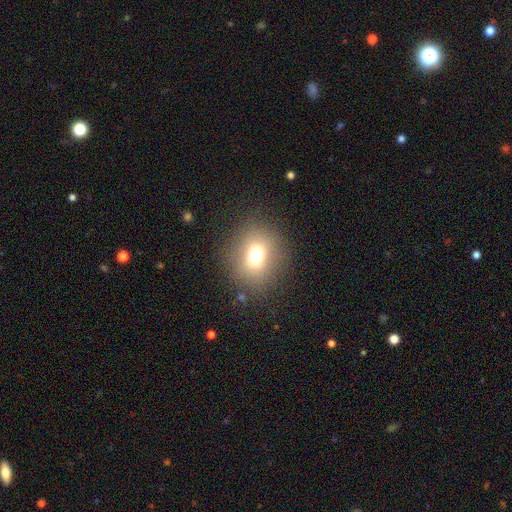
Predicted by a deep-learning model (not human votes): Q: Smooth or featured?
A: smooth (68%); runner-up: star or artifact (19%)
Q: How rounded?
A: round (73%); runner-up: in between (26%)
Q: Merging?
A: none (83%); runner-up: minor disturbance (10%)